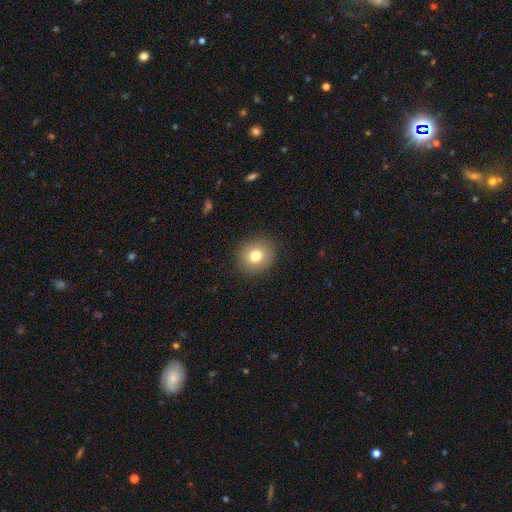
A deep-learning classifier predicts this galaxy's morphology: type=smooth (78%); roundness=round (83%); merging=none (90%).